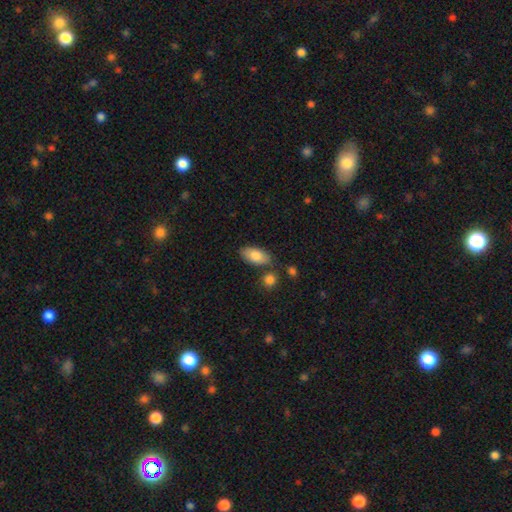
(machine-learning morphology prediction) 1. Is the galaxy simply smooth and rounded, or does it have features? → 80% smooth, 14% featured or disk, 6% star or artifact.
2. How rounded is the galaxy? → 92% in between, 5% cigar-shaped, 3% round.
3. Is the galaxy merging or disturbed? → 75% none, 14% minor disturbance, 8% merger, 3% major disturbance.